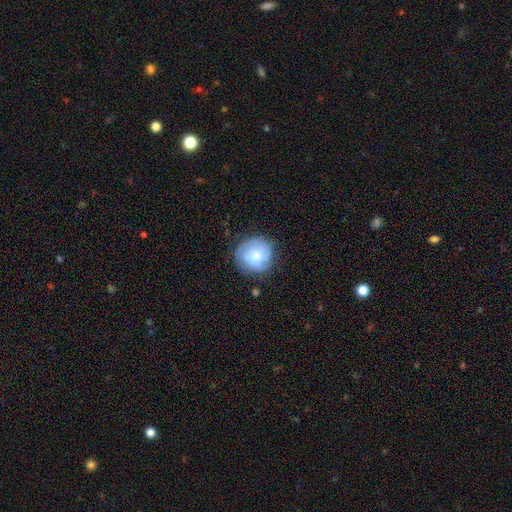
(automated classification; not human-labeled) This is possibly a smooth galaxy (55%). How rounded: clearly round (91%). Merging: likely none (75%).